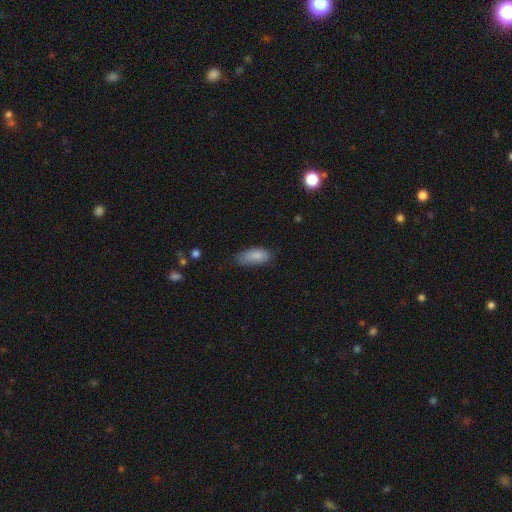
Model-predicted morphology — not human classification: smooth-or-featured: smooth: 85% | featured or disk: 8% | star or artifact: 7%
  how-rounded: in between: 85% | cigar-shaped: 13% | round: 2%
  merging: none: 57% | minor disturbance: 33% | major disturbance: 8% | merger: 2%